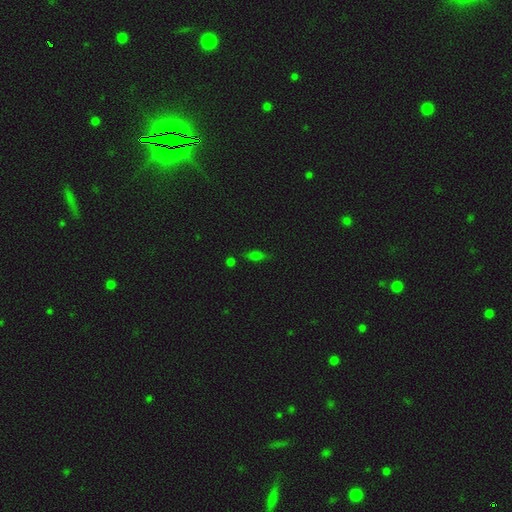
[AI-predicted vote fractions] This appears to be a smooth galaxy with no disk features (62%) that is in between round and cigar-shaped (66%). Merging: none (73%).